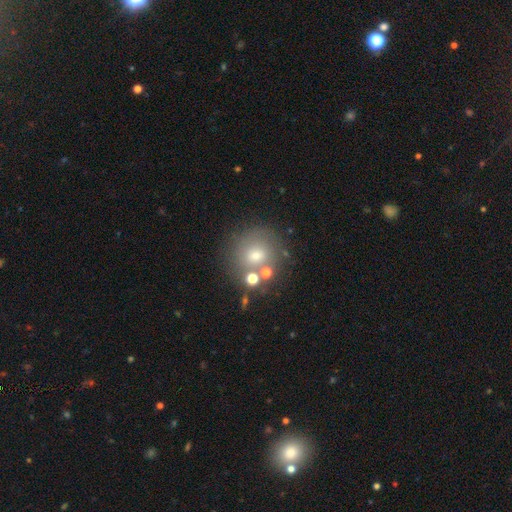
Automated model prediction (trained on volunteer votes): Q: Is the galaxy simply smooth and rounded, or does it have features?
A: smooth — 59%.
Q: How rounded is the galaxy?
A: round — 90%.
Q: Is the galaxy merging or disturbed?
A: none — 70%.